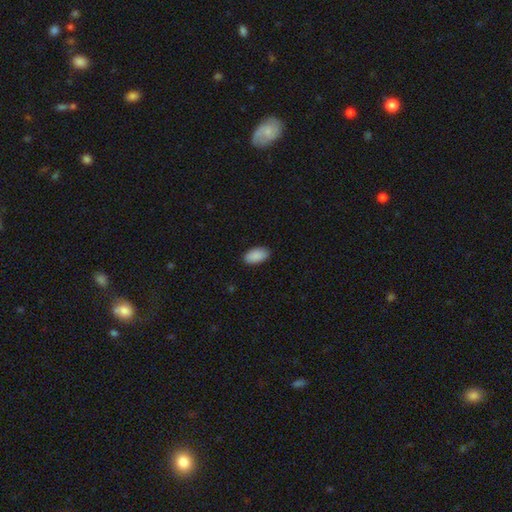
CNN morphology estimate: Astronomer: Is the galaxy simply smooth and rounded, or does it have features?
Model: smooth — 91%.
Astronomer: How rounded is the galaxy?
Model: in between — 95%.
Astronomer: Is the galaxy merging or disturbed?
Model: none — 88%.